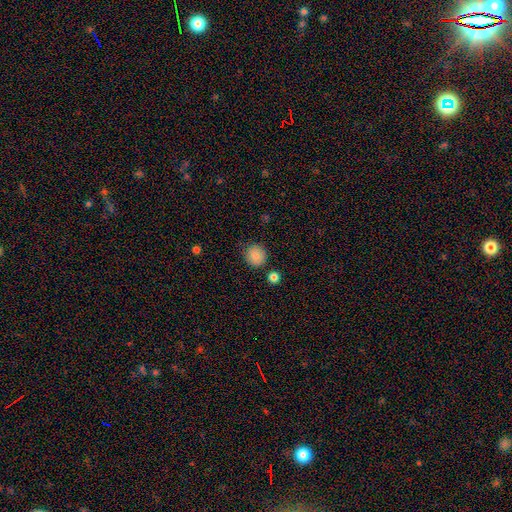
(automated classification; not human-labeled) This appears to be a smooth galaxy with no disk features (86%) that is round (91%). Merging: none (82%).